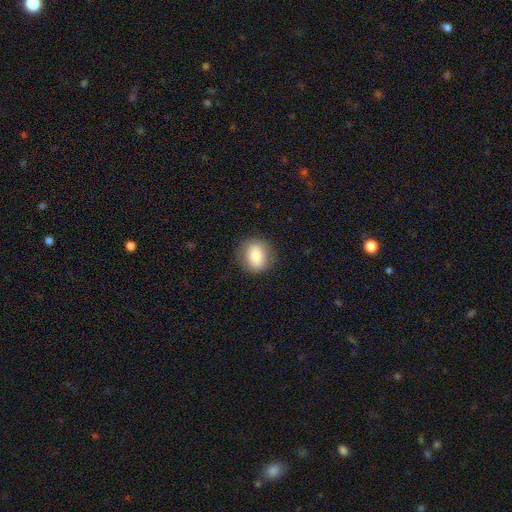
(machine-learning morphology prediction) A smooth galaxy with no disk features (79%) that is round (65%).

Vote fractions:
- Smooth or featured? smooth: 79% / featured or disk: 13% / star or artifact: 8%
- How rounded? round: 65% / in between: 34% / cigar-shaped: 1%
- Merging? none: 84% / minor disturbance: 11% / major disturbance: 3% / merger: 1%